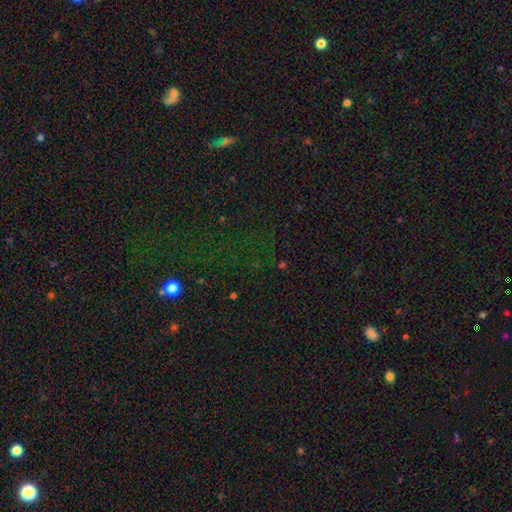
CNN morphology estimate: A star or artifact, not a galaxy (71%).